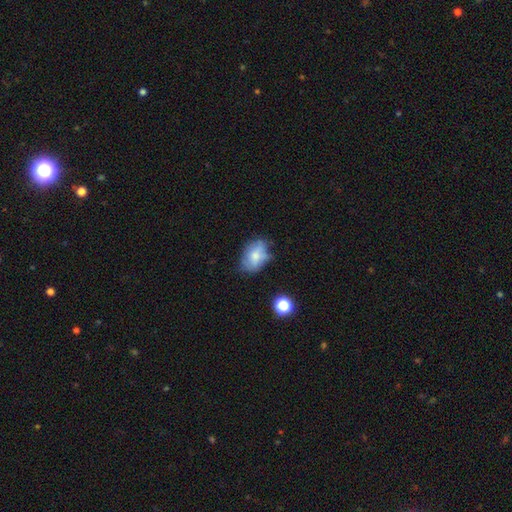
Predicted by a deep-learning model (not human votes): The model was most divided on "merging": none: 51%, minor disturbance: 33%, major disturbance: 11%, merger: 5%. More confident: how rounded — in between (81%); smooth or featured — smooth (66%).